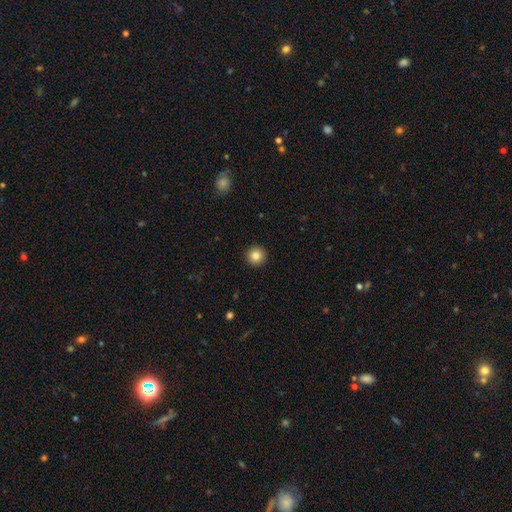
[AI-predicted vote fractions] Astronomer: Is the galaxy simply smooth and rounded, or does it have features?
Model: smooth — 84%.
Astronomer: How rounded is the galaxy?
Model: round — 95%.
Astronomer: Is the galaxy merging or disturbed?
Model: none — 93%.